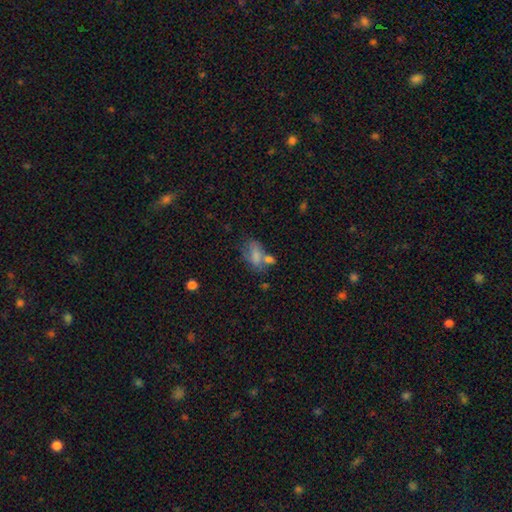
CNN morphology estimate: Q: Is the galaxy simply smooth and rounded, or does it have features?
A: smooth — 71%.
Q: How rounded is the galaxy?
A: in between — 87%.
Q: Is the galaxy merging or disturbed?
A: merger — 33%.